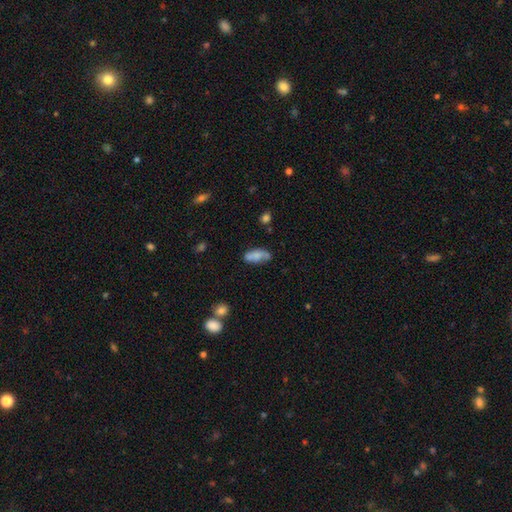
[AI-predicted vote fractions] This is likely a smooth galaxy (73%). How rounded: clearly in between (81%). Merging: possibly none (53%).